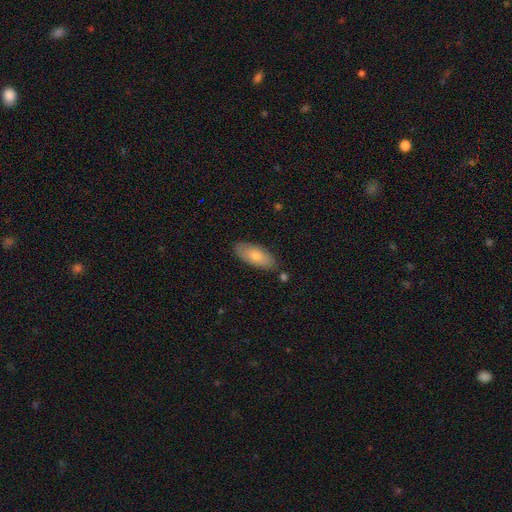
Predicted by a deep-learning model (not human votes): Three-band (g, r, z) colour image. It shows a smooth galaxy with no disk features (71%) that is in between round and cigar-shaped (83%). Merging: none (81%).